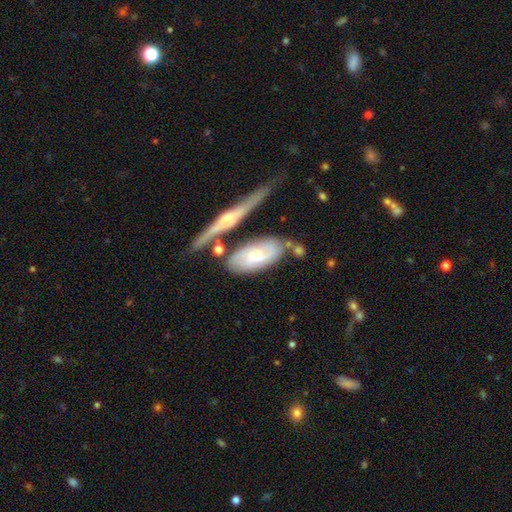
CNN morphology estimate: smooth-or-featured: featured or disk: 52% | smooth: 42% | star or artifact: 6%
  disk-edge-on: no: 76% | yes: 24%
  merging: none: 55% | minor disturbance: 21% | merger: 17% | major disturbance: 8%